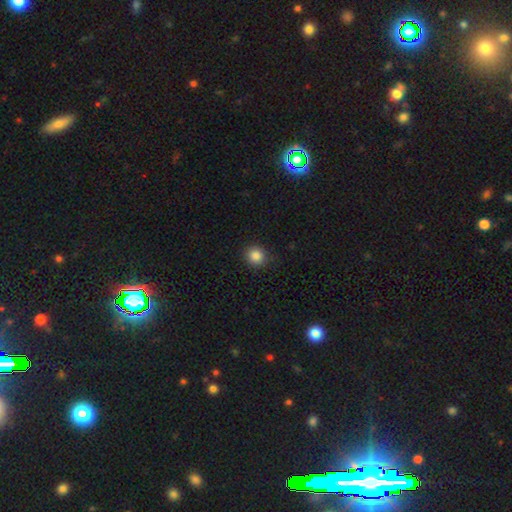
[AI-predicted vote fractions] This is clearly a smooth galaxy (86%). How rounded: clearly round (90%). Merging: clearly none (91%).